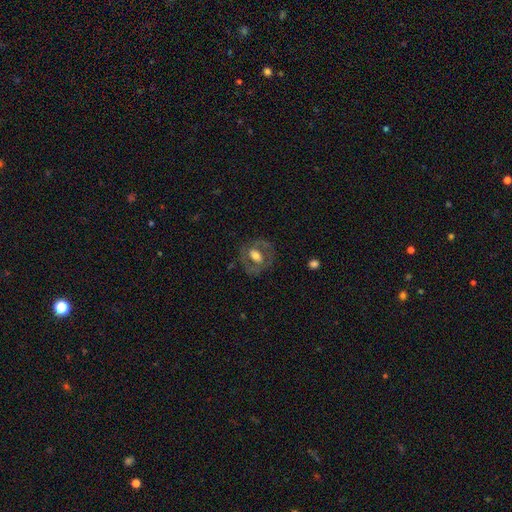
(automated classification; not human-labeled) Smooth or featured? Predicted: featured or disk (p=0.55). Edge-on disk? Predicted: no (p=0.94). Bar? Predicted: no (p=0.53). Spiral arms? Predicted: no (p=0.68). Bulge size? Predicted: moderate (p=0.54). Merging? Predicted: none (p=0.70).